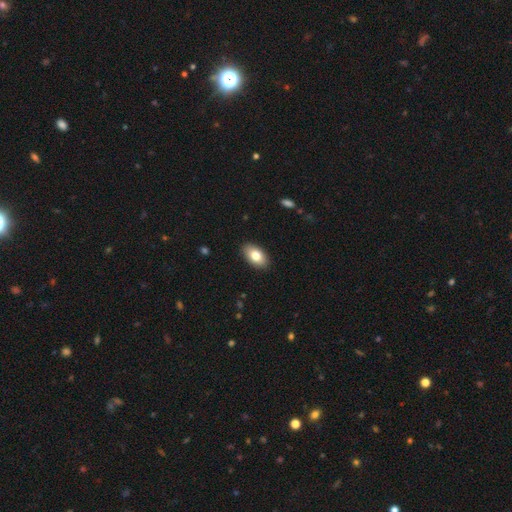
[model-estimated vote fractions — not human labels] Smooth or featured?
  - smooth: 80% *
  - featured or disk: 13%
  - star or artifact: 7%
How rounded?
  - in between: 93% *
  - round: 6%
  - cigar-shaped: 2%
Merging?
  - none: 89% *
  - minor disturbance: 8%
  - major disturbance: 2%
  - merger: 1%